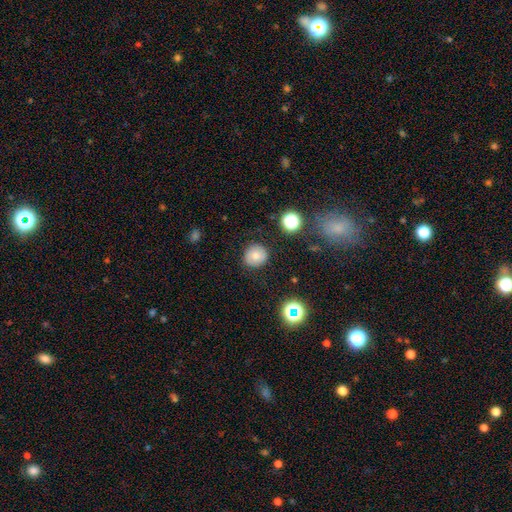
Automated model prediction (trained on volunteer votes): Smooth or featured? smooth (74%)
How rounded? round (87%)
Merging? none (86%)